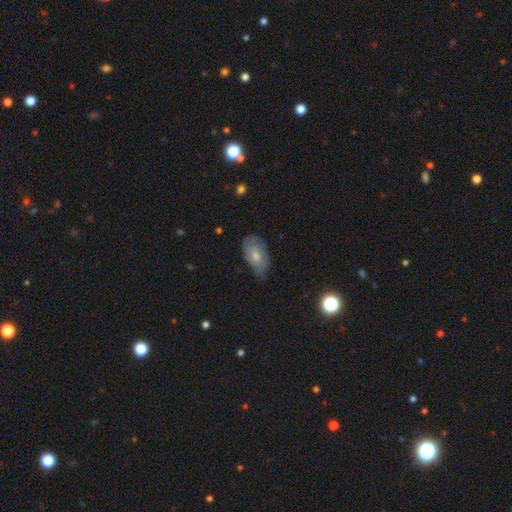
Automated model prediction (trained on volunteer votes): A smooth galaxy with no disk features (69%) that is in between round and cigar-shaped (93%). Merging: none (60%).